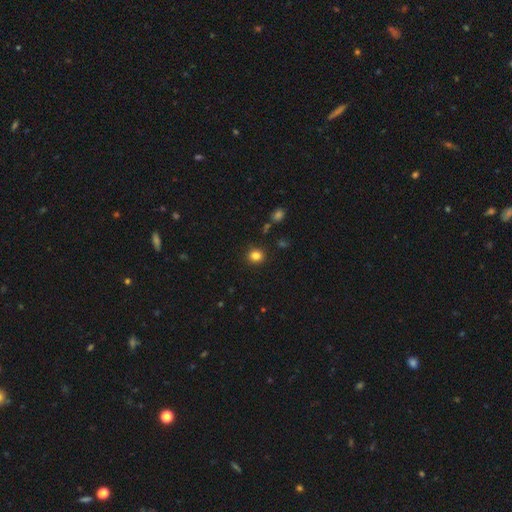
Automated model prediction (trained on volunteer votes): smooth_or_featured: smooth (p=0.83) [alt: star or artifact p=0.12]
how_rounded: round (p=0.82) [alt: in between p=0.17]
merging: none (p=0.90) [alt: minor disturbance p=0.06]